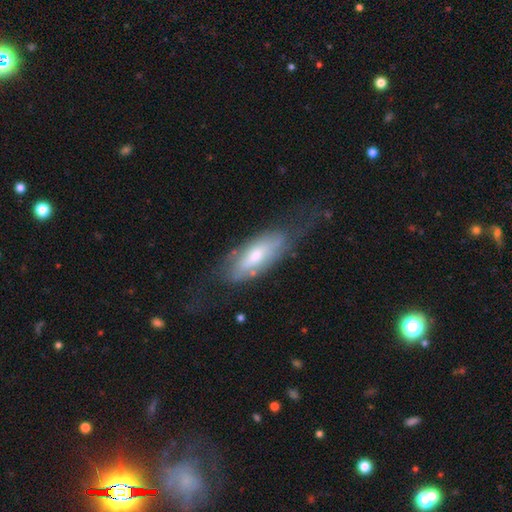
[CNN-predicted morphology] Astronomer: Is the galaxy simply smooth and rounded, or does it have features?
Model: featured or disk — 52% (runner-up: smooth, 41%).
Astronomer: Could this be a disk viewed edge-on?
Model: no — 72%.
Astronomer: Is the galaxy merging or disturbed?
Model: none — 50% (runner-up: minor disturbance, 26%).